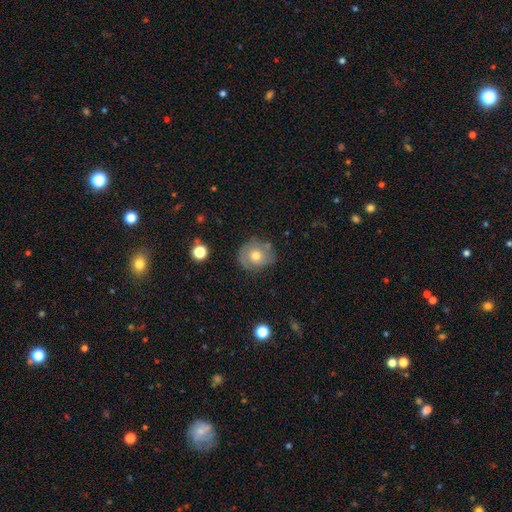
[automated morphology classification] smooth_or_featured: smooth (p=0.55) [alt: featured or disk p=0.35]
how_rounded: round (p=0.79) [alt: in between p=0.20]
merging: none (p=0.68) [alt: minor disturbance p=0.21]